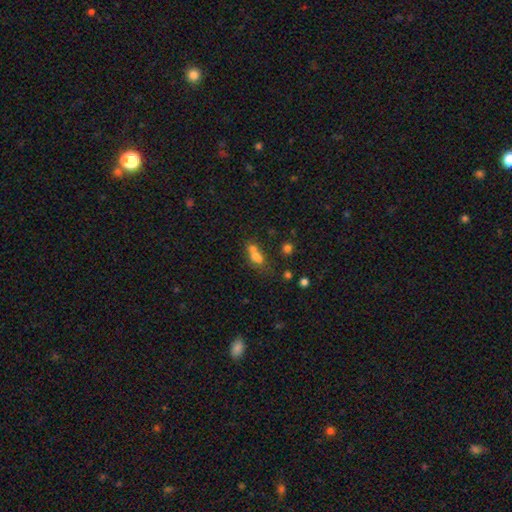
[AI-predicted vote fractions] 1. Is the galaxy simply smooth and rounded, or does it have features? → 61% smooth, 20% featured or disk, 19% star or artifact.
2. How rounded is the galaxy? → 48% in between, 47% round, 5% cigar-shaped.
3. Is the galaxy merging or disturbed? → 59% merger, 28% none, 8% minor disturbance, 6% major disturbance.